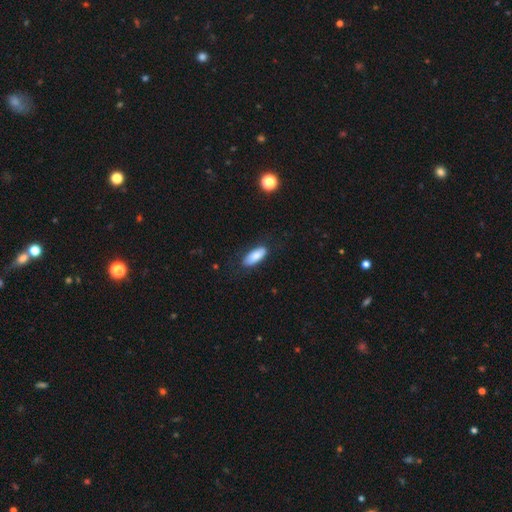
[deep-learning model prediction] Smooth or featured: smooth — 83% (featured or disk — 10%)
How rounded: in between — 76% (cigar-shaped — 22%)
Merging: none — 80% (minor disturbance — 15%)